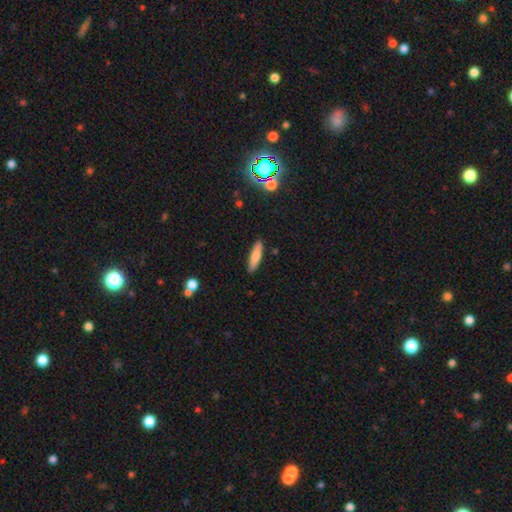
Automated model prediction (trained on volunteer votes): Morphology: type=smooth (73%); roundness=cigar-shaped (74%); merging=none (88%).